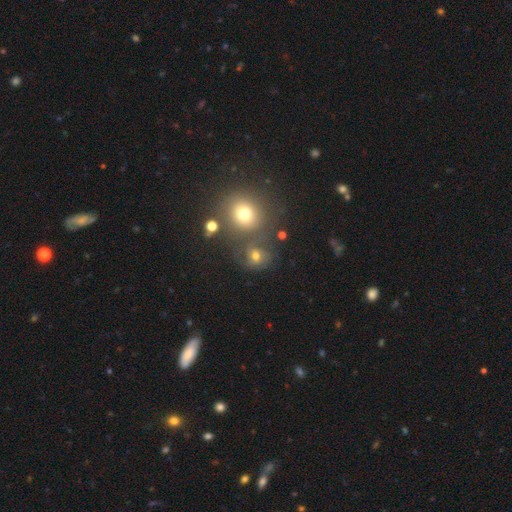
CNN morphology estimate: Q: Smooth or featured?
A: smooth (54%); runner-up: featured or disk (24%)
Q: How rounded?
A: round (77%); runner-up: in between (22%)
Q: Merging?
A: none (55%); runner-up: merger (20%)